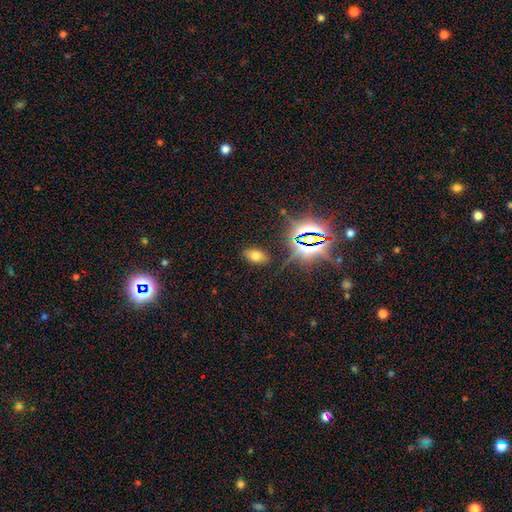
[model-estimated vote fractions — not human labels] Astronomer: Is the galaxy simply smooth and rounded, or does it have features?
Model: smooth — 63%.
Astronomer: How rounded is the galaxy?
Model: in between — 90%.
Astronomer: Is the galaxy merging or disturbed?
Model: none — 84%.